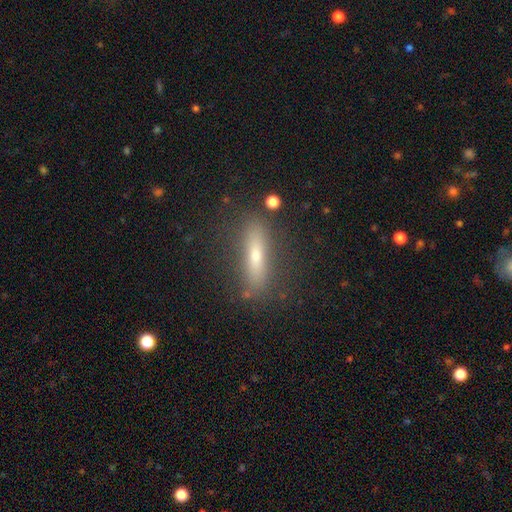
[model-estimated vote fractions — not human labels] Smooth or featured: featured or disk — 46% (smooth — 43%)
Merging: none — 80% (minor disturbance — 13%)